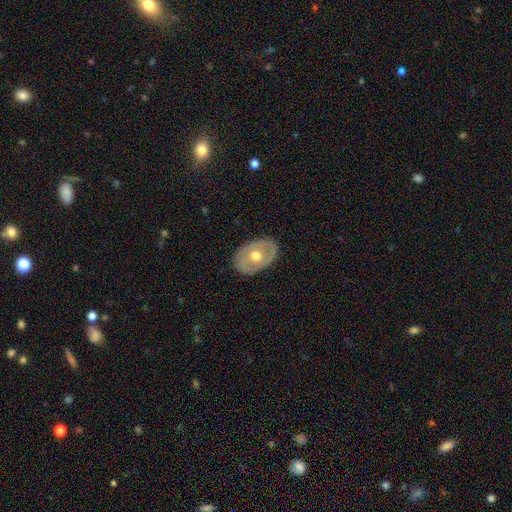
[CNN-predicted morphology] featured or disk 56%, smooth 39%, star or artifact 5%. Down the decision tree: edge-on disk — no (90%); bar — no (87%); spiral arms — no (84%); bulge size — moderate (78%); merging — none (83%).